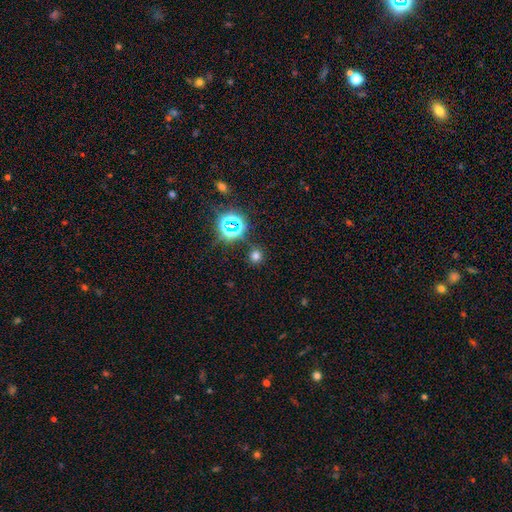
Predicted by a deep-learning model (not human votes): Morphology: type=smooth (65%); roundness=round (87%); merging=none (86%).